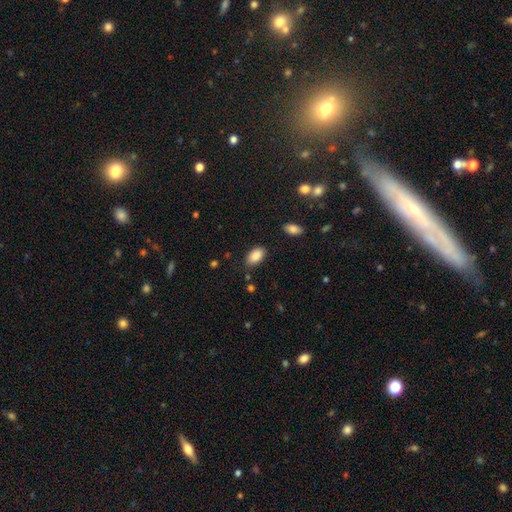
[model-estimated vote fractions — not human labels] Morphology: type=smooth (88%); roundness=in between (92%); merging=none (82%).